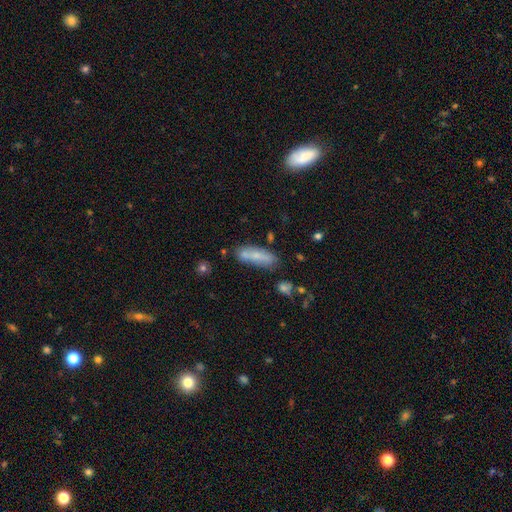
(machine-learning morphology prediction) Smooth or featured? Predicted: smooth (p=0.69). How rounded? Predicted: cigar-shaped (p=0.54). Merging? Predicted: none (p=0.64).